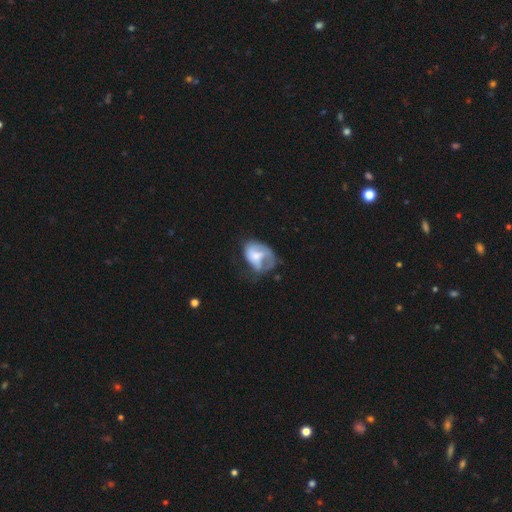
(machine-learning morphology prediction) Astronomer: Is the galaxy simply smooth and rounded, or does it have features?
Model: smooth — 47% (runner-up: featured or disk, 45%).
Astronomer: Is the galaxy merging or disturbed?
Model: major disturbance — 43% (runner-up: minor disturbance, 28%).